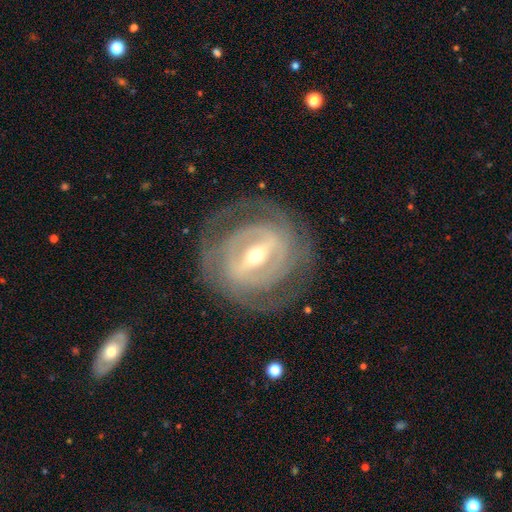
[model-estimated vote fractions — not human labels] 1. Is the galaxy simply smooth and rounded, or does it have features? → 87% featured or disk, 8% smooth, 5% star or artifact.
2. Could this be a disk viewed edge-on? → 93% no, 7% yes.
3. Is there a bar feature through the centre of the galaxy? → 67% strong, 25% weak, 7% no.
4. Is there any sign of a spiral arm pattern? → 82% yes, 18% no.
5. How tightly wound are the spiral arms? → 71% tight, 23% medium, 6% loose.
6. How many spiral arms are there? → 35% can't tell (tied), 35% 2 (tied), 14% 3, 7% 4, 5% 1, 4% more than 4.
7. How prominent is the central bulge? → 51% moderate, 44% small, 3% large, 1% dominant, 1% none.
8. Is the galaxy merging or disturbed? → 79% none, 12% minor disturbance, 8% major disturbance, 1% merger.